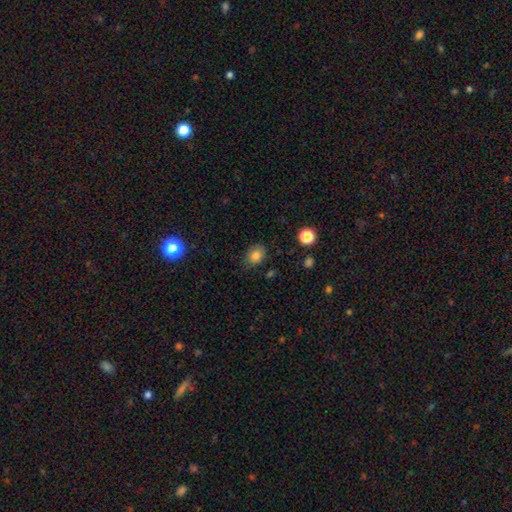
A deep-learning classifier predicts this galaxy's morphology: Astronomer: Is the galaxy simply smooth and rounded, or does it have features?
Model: smooth — 82%.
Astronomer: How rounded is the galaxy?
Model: in between — 59% (runner-up: round, 41%).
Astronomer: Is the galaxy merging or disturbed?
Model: none — 80%.